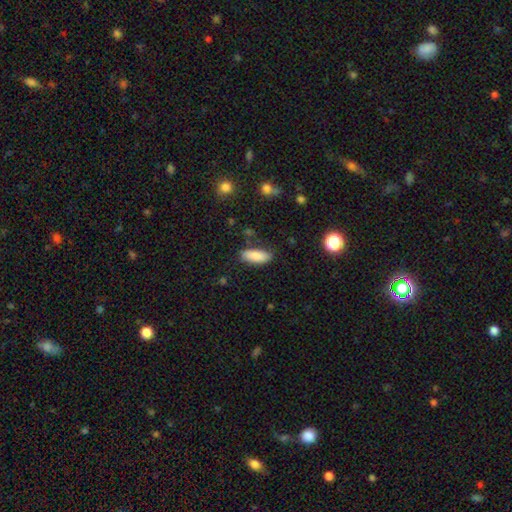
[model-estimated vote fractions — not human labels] The model was most divided on "how rounded": in between: 76%, cigar-shaped: 22%, round: 2%. More confident: smooth or featured — smooth (86%); merging — none (79%).